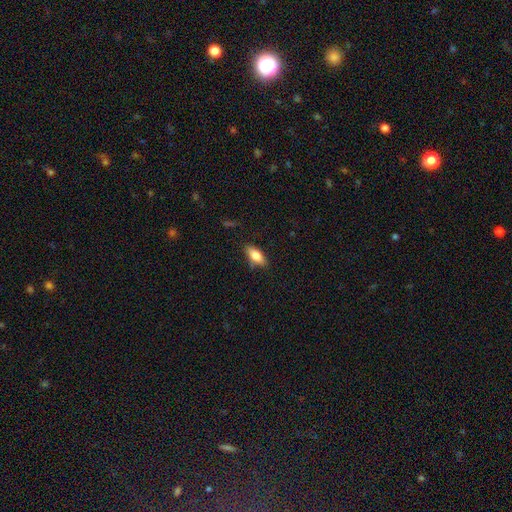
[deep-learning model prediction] This appears to be a smooth galaxy with no disk features (80%) that is in between round and cigar-shaped (83%). Merging: none (82%).